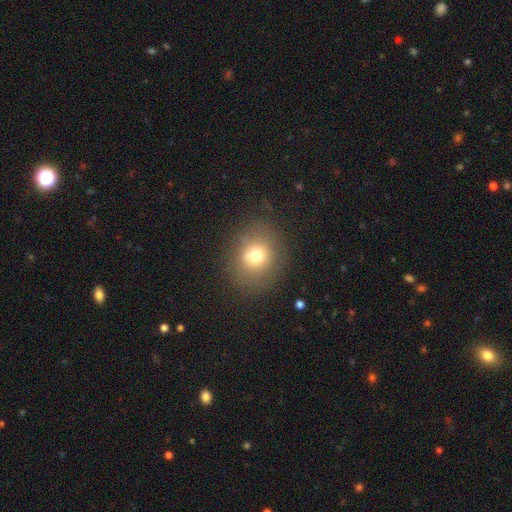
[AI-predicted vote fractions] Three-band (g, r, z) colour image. It shows a smooth galaxy with no disk features (71%) that is round (72%). Merging: none (77%).